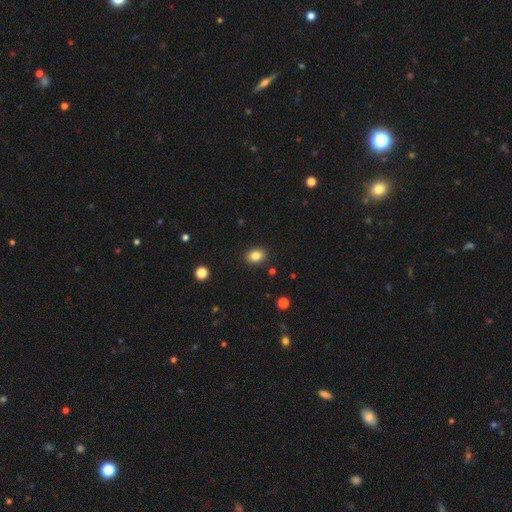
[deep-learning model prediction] This is clearly a smooth galaxy (84%). How rounded: likely in between (66%). Merging: clearly none (88%).